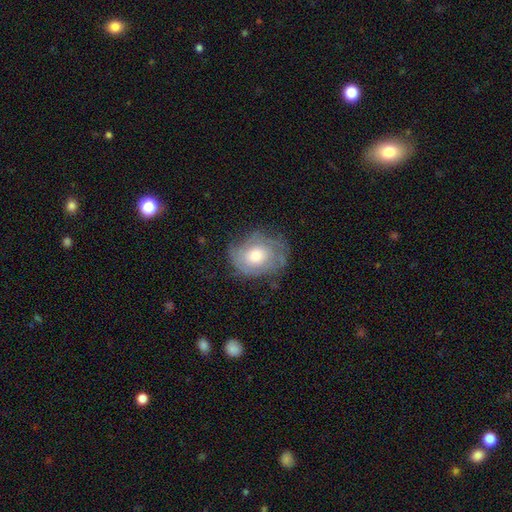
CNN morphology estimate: A featured or disk galaxy (56%) with no bar (84%), spiral arms (68%) and a moderate central bulge (65%). Merging: none (61%).